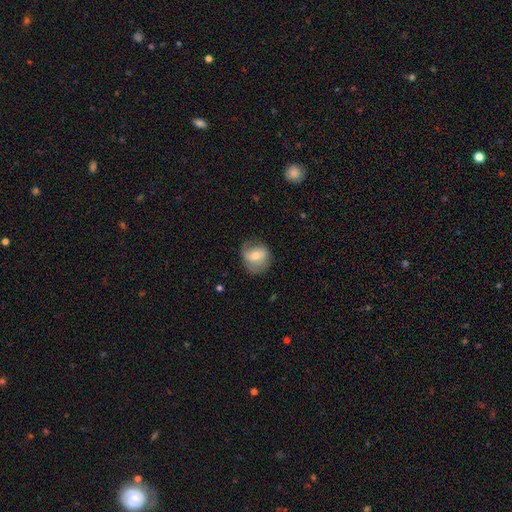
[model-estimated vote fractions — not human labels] Q: Smooth or featured?
A: featured or disk (48%); runner-up: smooth (45%)
Q: Merging?
A: none (64%); runner-up: minor disturbance (24%)